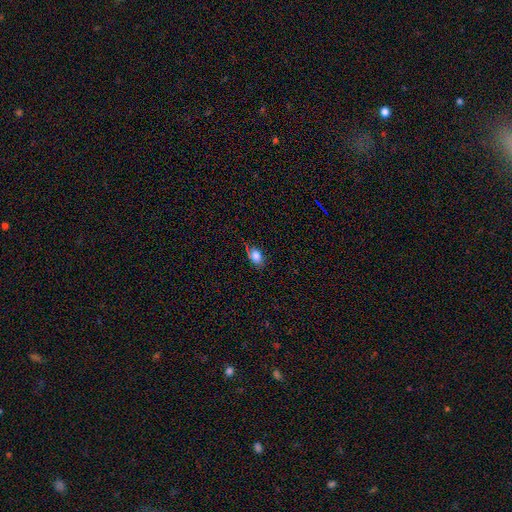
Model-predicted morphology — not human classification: Smooth or featured? Predicted: smooth (p=0.79). How rounded? Predicted: in between (p=0.84). Merging? Predicted: none (p=0.70).